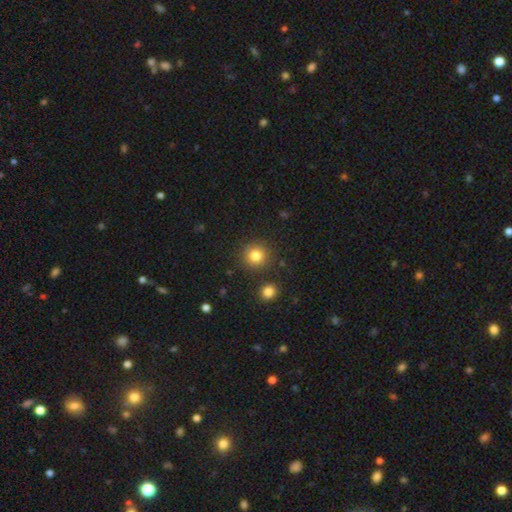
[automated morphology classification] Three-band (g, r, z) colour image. It shows a smooth galaxy with no disk features (83%) that is round (92%). Merging: none (86%).